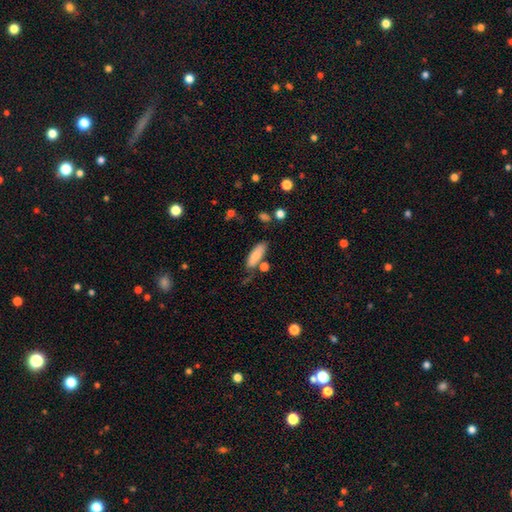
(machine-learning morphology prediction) type=smooth (83%); roundness=in between (62%); merging=none (62%).